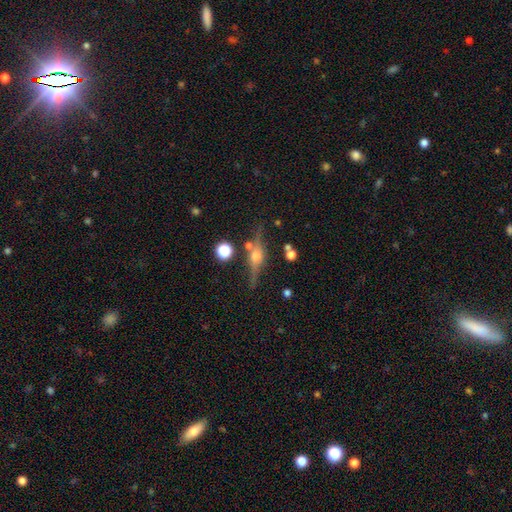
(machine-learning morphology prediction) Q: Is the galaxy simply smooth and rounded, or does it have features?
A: featured or disk — 79%.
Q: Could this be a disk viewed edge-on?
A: yes — 96%.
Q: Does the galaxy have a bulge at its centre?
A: rounded — 91%.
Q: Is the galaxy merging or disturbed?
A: none — 82%.